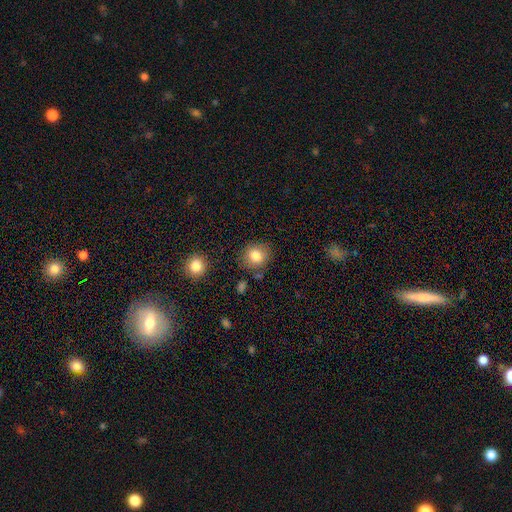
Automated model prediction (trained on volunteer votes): This appears to be a smooth galaxy with no disk features (81%) that is round (77%). Merging: none (82%).